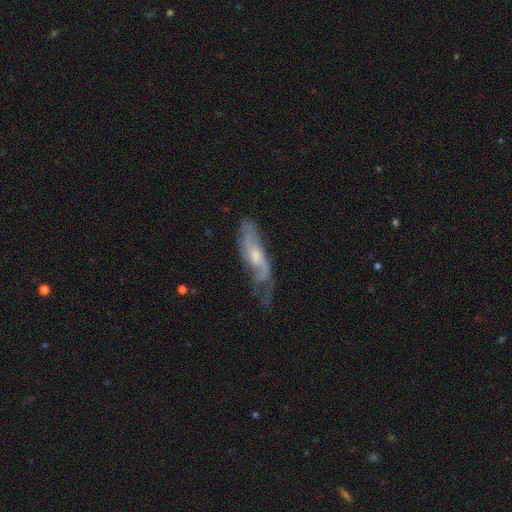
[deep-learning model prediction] Smooth or featured: featured or disk — 70% (smooth — 24%)
Edge-on disk: no — 76% (yes — 24%)
Bar: no — 59% (weak — 34%)
Spiral arms: yes — 86% (no — 14%)
Bulge size: moderate — 50% (small — 38%)
Merging: none — 47% (minor disturbance — 31%)